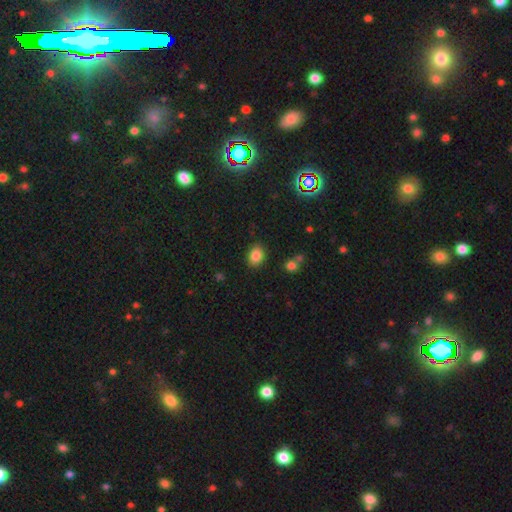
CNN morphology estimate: A smooth galaxy with no disk features (85%) that is in between round and cigar-shaped (58%).

Vote fractions:
- Smooth or featured? smooth: 85% / star or artifact: 10% / featured or disk: 5%
- How rounded? in between: 58% / round: 40% / cigar-shaped: 1%
- Merging? none: 85% / minor disturbance: 10% / major disturbance: 3% / merger: 2%